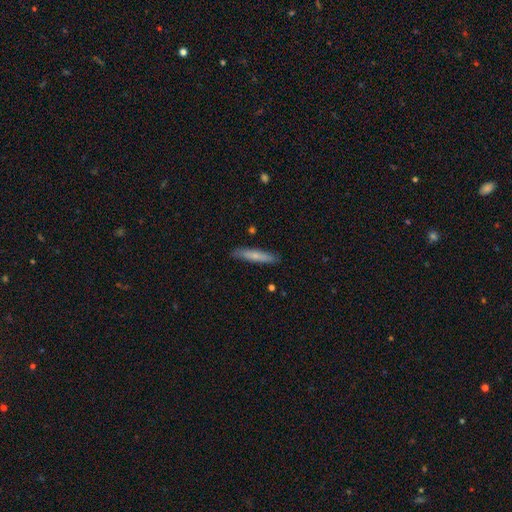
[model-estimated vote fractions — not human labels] A smooth galaxy with no disk features (70%) that is cigar-shaped (89%).

Vote fractions:
- Smooth or featured? smooth: 70% / featured or disk: 24% / star or artifact: 6%
- How rounded? cigar-shaped: 89% / in between: 10% / round: 1%
- Merging? none: 87% / minor disturbance: 10% / major disturbance: 2% / merger: 1%